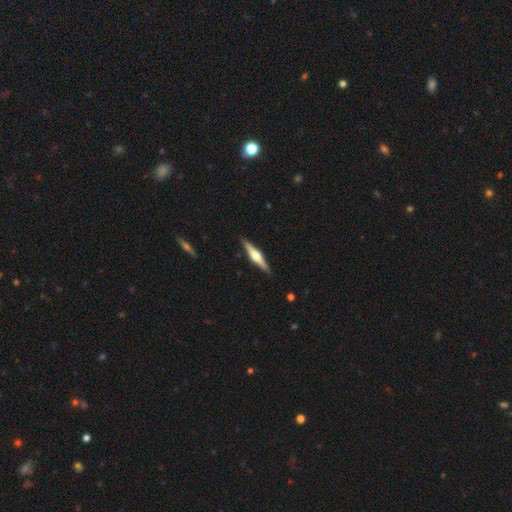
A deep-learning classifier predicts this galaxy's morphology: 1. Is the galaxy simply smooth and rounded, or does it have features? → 71% featured or disk, 24% smooth, 5% star or artifact.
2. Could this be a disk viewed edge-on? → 98% yes, 2% no.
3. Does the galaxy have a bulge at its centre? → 92% rounded, 6% boxy, 2% none.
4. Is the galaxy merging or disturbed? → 91% none, 7% minor disturbance, 1% major disturbance, 1% merger.